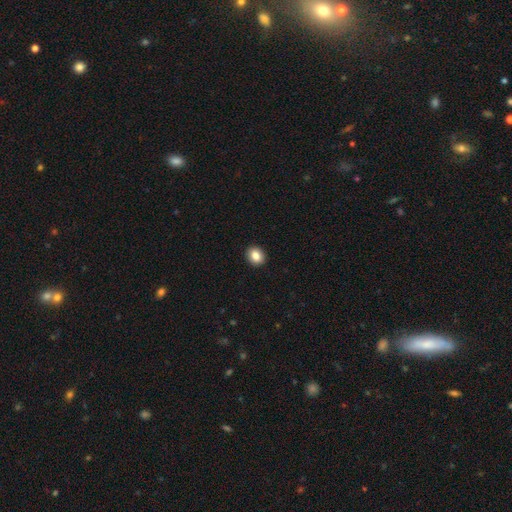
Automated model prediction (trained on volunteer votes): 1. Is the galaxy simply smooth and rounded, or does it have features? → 86% smooth, 9% star or artifact, 6% featured or disk.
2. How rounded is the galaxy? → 60% round, 39% in between, 1% cigar-shaped.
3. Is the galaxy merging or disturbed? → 92% none, 5% minor disturbance, 2% major disturbance, 1% merger.